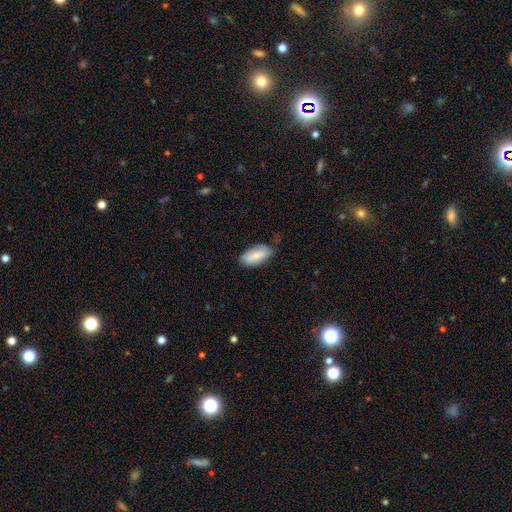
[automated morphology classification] This is likely a smooth galaxy (71%). How rounded: clearly in between (91%). Merging: likely none (69%).